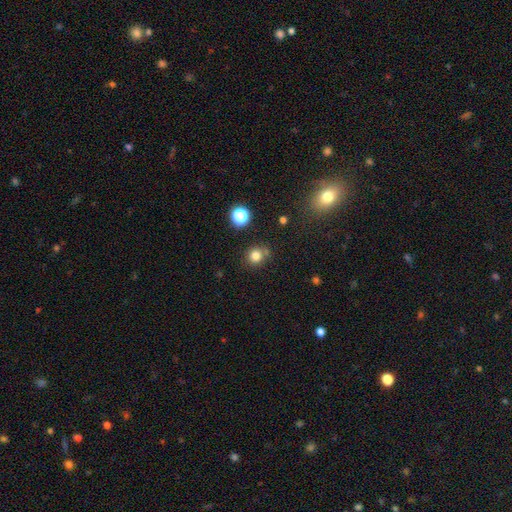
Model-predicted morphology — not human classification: Overall: smooth (80%). How rounded: round (87%). Merging: none (75%).